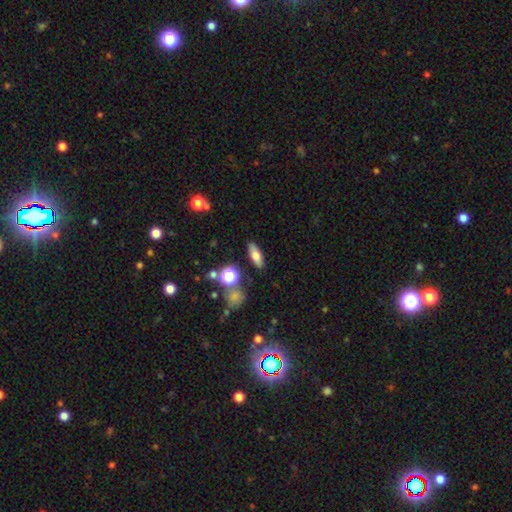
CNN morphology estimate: Smooth or featured?
  - smooth: 68% *
  - featured or disk: 22%
  - star or artifact: 11%
How rounded?
  - in between: 64% *
  - cigar-shaped: 29%
  - round: 7%
Merging?
  - none: 84% *
  - minor disturbance: 9%
  - merger: 4%
  - major disturbance: 3%